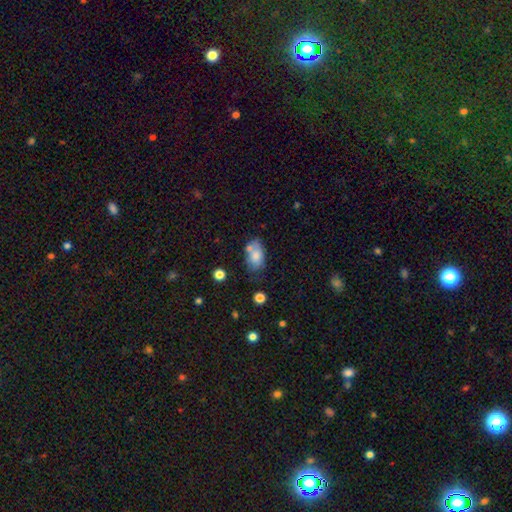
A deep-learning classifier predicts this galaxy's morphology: A smooth galaxy with no disk features (72%) that is in between round and cigar-shaped (90%).

Vote fractions:
- Smooth or featured? smooth: 72% / featured or disk: 20% / star or artifact: 8%
- How rounded? in between: 90% / round: 8% / cigar-shaped: 2%
- Merging? none: 47% / minor disturbance: 27% / merger: 16% / major disturbance: 10%